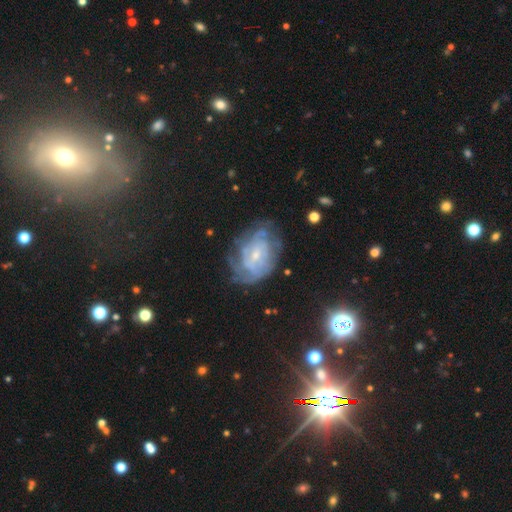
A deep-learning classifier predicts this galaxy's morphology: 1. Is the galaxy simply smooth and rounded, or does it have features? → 77% featured or disk, 14% smooth, 9% star or artifact.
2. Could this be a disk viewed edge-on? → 97% no, 3% yes.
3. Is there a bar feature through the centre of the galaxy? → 56% no, 36% weak, 7% strong.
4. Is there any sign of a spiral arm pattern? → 84% yes, 16% no.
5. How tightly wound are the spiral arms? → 58% tight, 31% medium, 11% loose.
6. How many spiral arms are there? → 57% can't tell, 12% 2, 10% 4, 10% 3, 6% more than 4, 5% 1.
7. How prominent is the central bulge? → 72% small, 22% moderate, 4% none, 2% large, 1% dominant.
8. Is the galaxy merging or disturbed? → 62% none, 22% minor disturbance, 14% major disturbance, 2% merger.